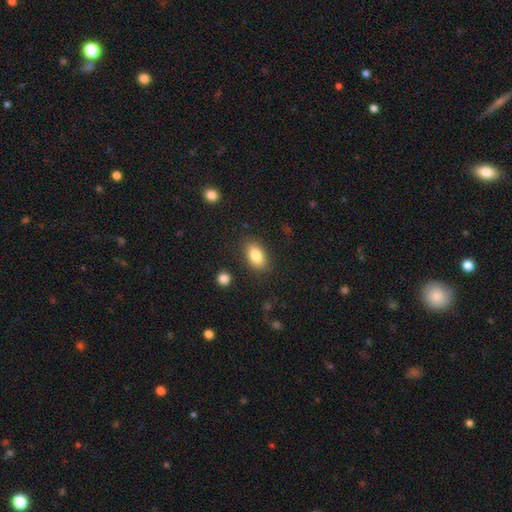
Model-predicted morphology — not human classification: A smooth galaxy with no disk features (83%) that is in between round and cigar-shaped (90%).

Vote fractions:
- Smooth or featured? smooth: 83% / featured or disk: 9% / star or artifact: 8%
- How rounded? in between: 90% / round: 7% / cigar-shaped: 3%
- Merging? none: 85% / minor disturbance: 10% / major disturbance: 3% / merger: 2%